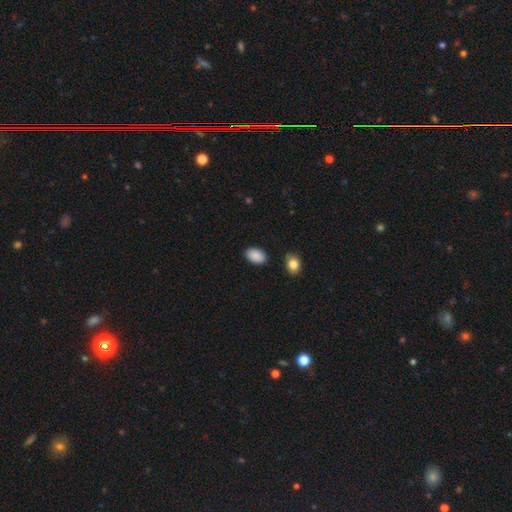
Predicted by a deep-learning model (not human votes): This is clearly a smooth galaxy (90%). How rounded: clearly in between (89%). Merging: clearly none (87%).